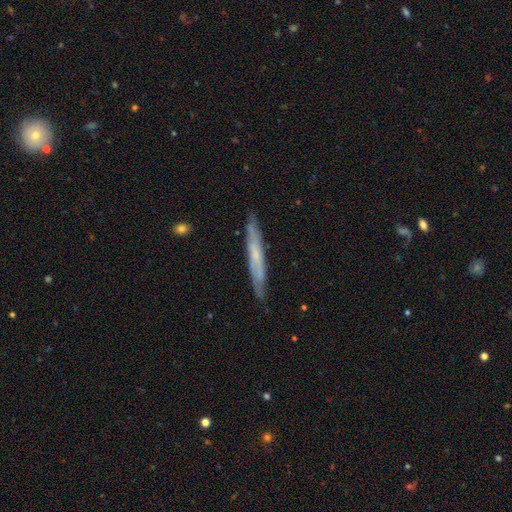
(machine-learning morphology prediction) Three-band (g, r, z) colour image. It shows a featured or disk galaxy (56%) viewed edge-on (80%). Merging: none (85%).